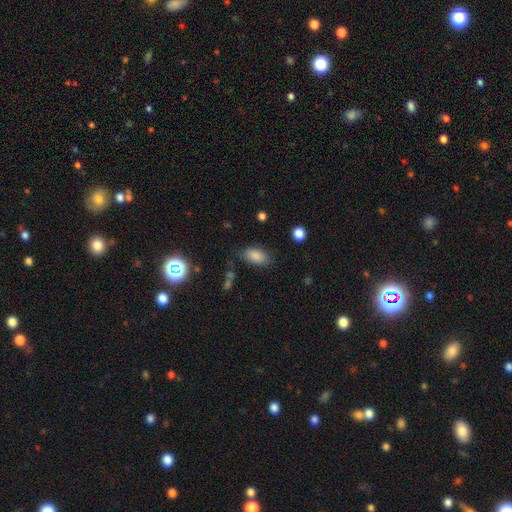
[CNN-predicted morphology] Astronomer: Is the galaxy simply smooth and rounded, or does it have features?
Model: smooth — 85%.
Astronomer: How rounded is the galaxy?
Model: in between — 92%.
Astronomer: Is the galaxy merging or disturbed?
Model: none — 76%.